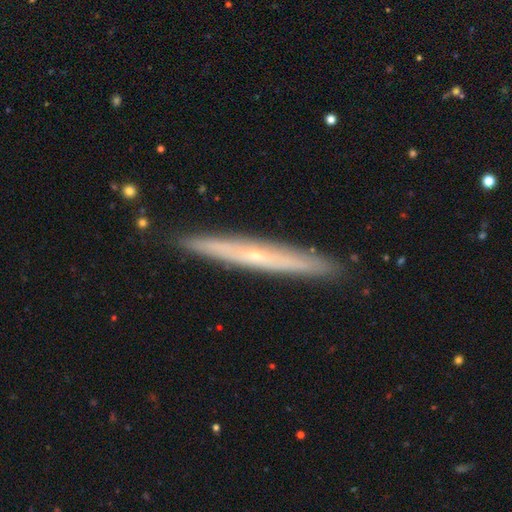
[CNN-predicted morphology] This is likely a featured or disk galaxy (68%). It is clearly viewed edge-on (92%). Edge-on bulge: possibly rounded (53%). Merging: clearly none (90%).